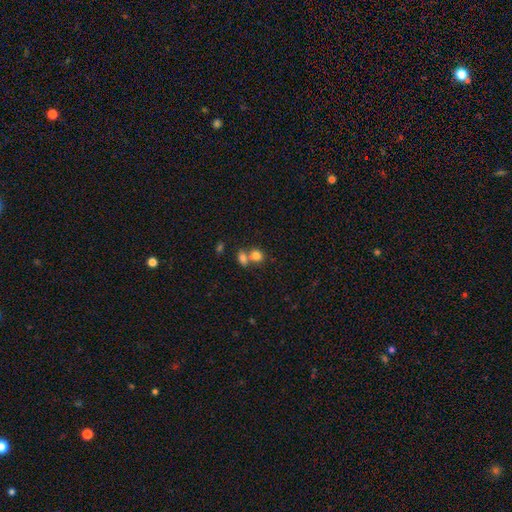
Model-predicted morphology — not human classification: This appears to be a smooth galaxy with no disk features (78%) that is round (60%). Merging: merger (55%).